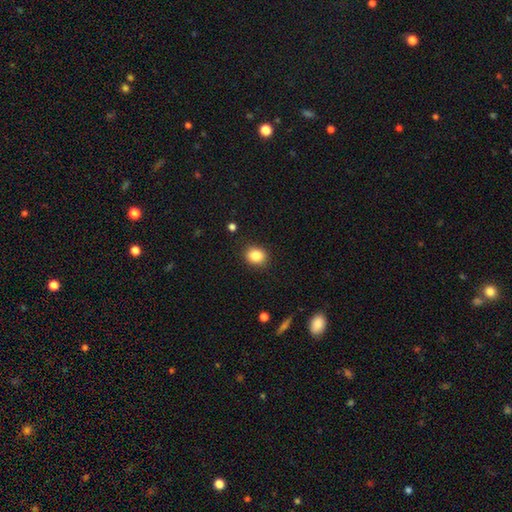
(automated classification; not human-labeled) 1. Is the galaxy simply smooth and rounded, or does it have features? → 86% smooth, 9% star or artifact, 5% featured or disk.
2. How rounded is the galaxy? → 57% round, 42% in between, 1% cigar-shaped.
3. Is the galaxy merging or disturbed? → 88% none, 8% minor disturbance, 2% major disturbance, 1% merger.